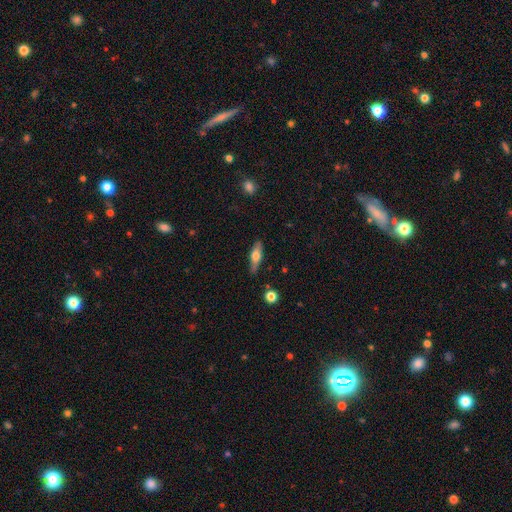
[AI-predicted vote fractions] Morphology: type=smooth (51%); roundness=cigar-shaped (54%); merging=none (80%).